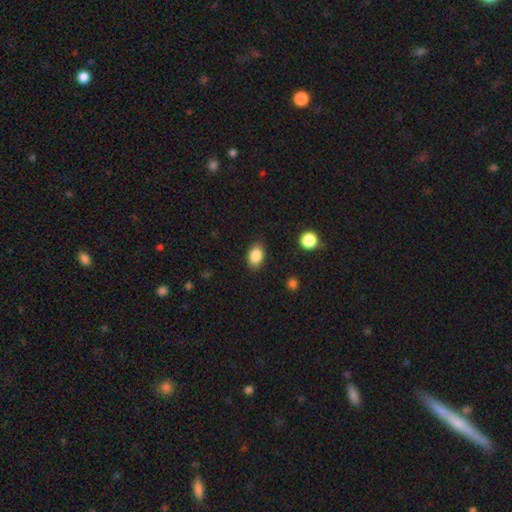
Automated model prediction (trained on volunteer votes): This is clearly a smooth galaxy (87%). How rounded: clearly in between (85%). Merging: clearly none (86%).